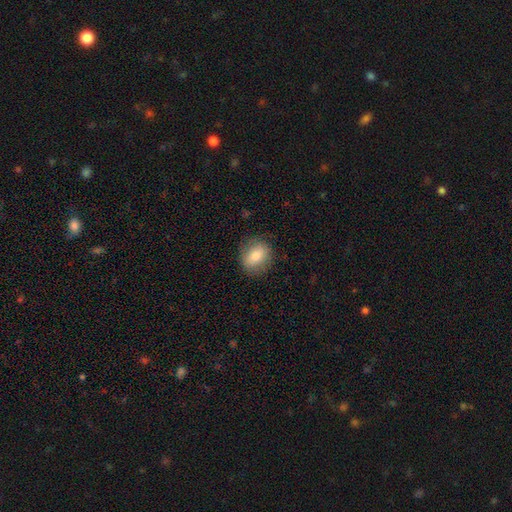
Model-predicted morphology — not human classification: Smooth or featured? Predicted: smooth (p=0.74). How rounded? Predicted: round (p=0.65). Merging? Predicted: none (p=0.84).